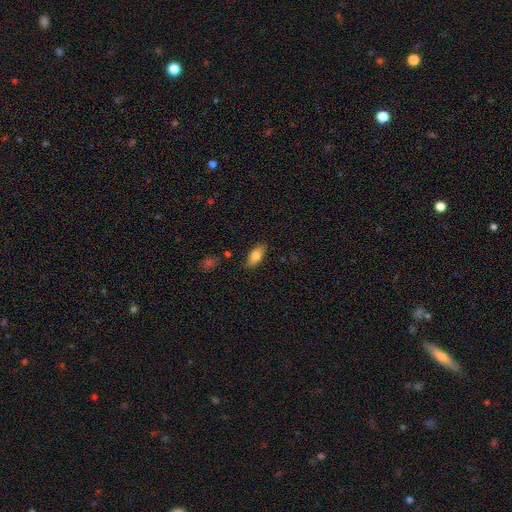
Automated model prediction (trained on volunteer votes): Smooth or featured: smooth — 76% (featured or disk — 17%)
How rounded: in between — 80% (cigar-shaped — 17%)
Merging: none — 85% (minor disturbance — 11%)